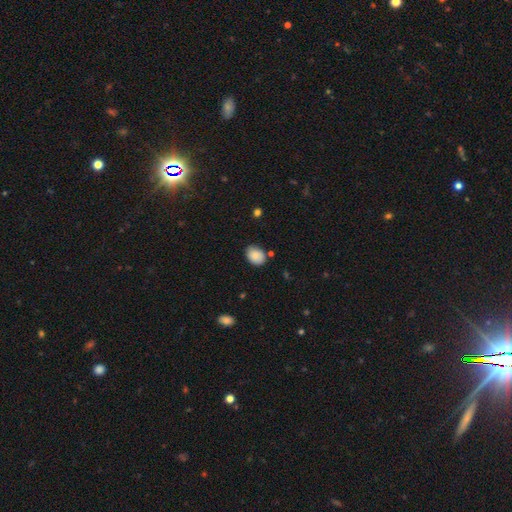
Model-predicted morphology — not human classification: This appears to be a smooth galaxy with no disk features (87%) that is in between round and cigar-shaped (72%). Merging: none (77%).